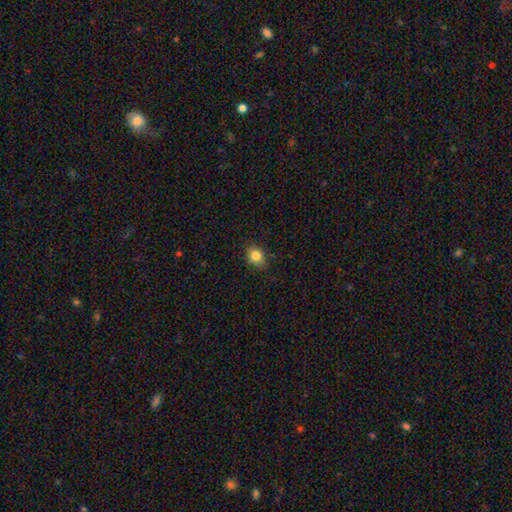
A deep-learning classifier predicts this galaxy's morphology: smooth 84%, star or artifact 10%, featured or disk 6%. Down the decision tree: how rounded — in between (55%); merging — none (83%).